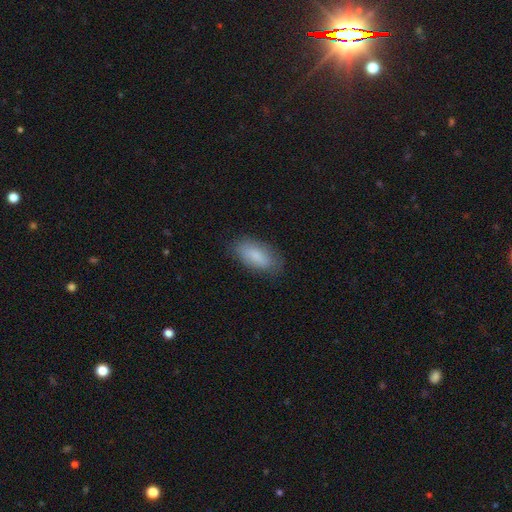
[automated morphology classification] type=smooth (84%); roundness=in between (89%); merging=none (79%).